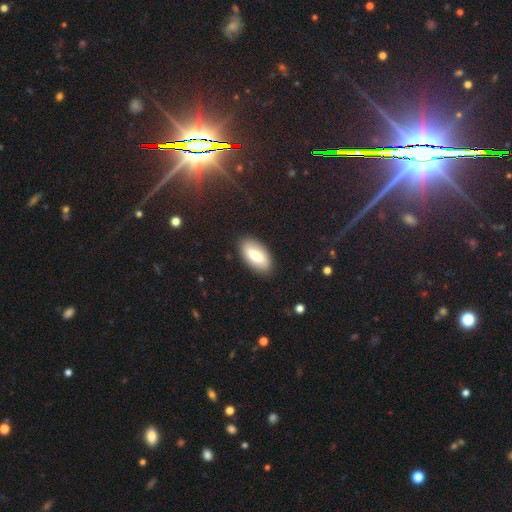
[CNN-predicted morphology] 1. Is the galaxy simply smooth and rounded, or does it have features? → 73% smooth, 20% featured or disk, 7% star or artifact.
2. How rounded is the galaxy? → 93% in between, 5% cigar-shaped, 2% round.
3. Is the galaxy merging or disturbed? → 86% none, 10% minor disturbance, 3% major disturbance, 1% merger.